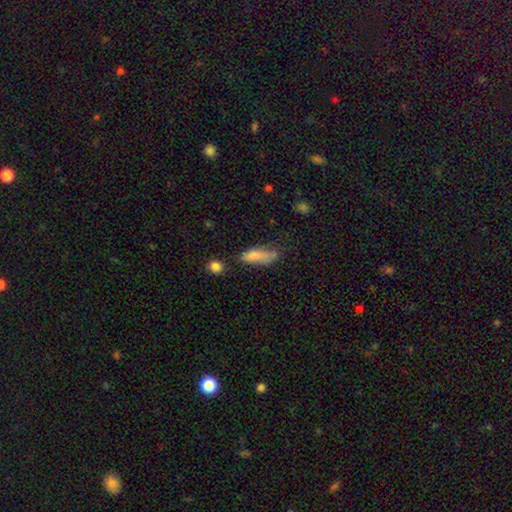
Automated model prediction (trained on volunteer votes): Q: Smooth or featured?
A: smooth (76%); runner-up: featured or disk (15%)
Q: How rounded?
A: in between (68%); runner-up: cigar-shaped (29%)
Q: Merging?
A: none (36%); runner-up: minor disturbance (33%)